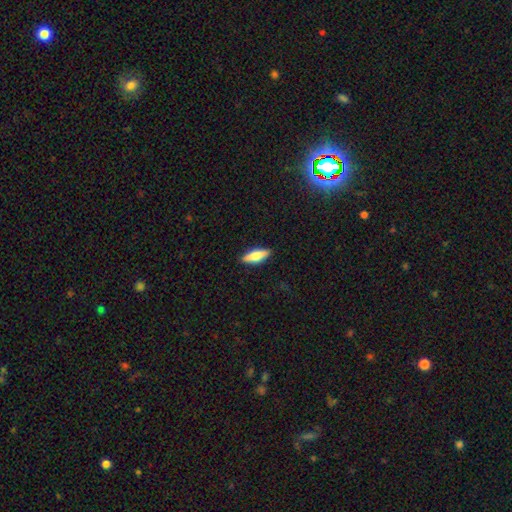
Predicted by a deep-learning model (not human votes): Smooth or featured: smooth — 66% (featured or disk — 28%)
How rounded: in between — 51% (cigar-shaped — 47%)
Merging: none — 89% (minor disturbance — 8%)